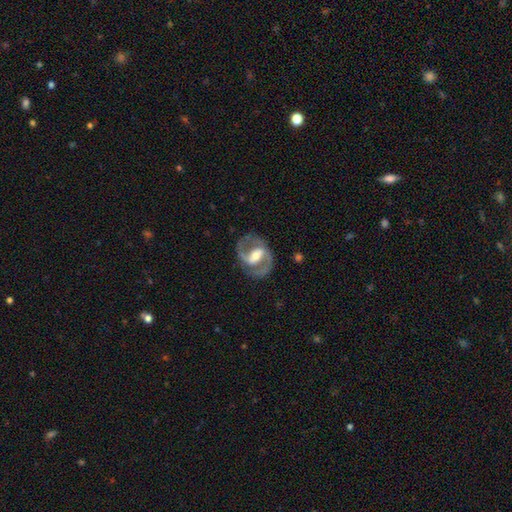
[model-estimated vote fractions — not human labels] This is clearly a featured or disk galaxy (88%). It is clearly not viewed edge-on (97%). Bar: possibly strong (48%). Spiral arm pattern: clearly yes (94%). Spiral arm count: clearly 2 (92%). Spiral winding: likely medium (60%). Central bulge: possibly moderate (59%). Merging: clearly none (80%).